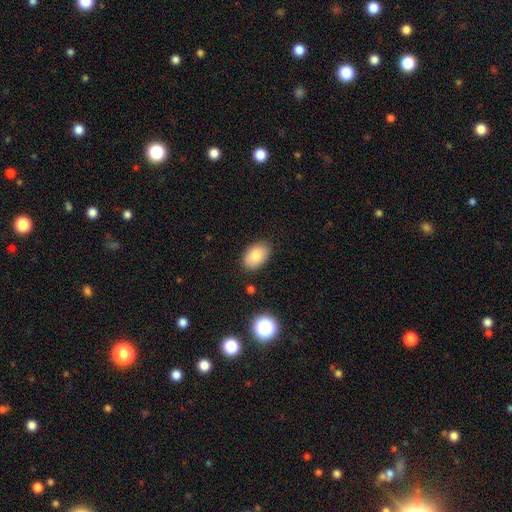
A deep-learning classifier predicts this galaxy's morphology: Smooth or featured? smooth (83%)
How rounded? in between (89%)
Merging? none (86%)